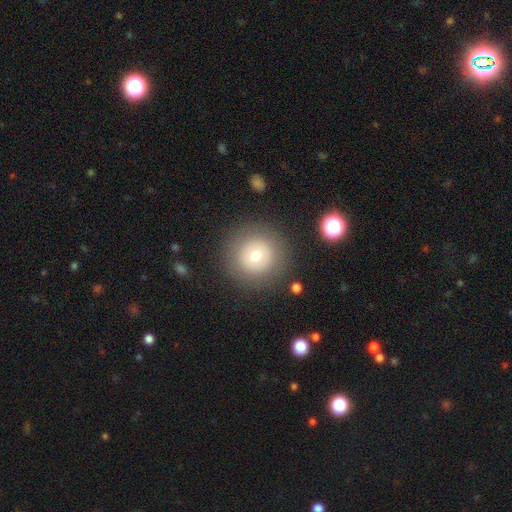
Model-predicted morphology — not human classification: Smooth or featured?
  - smooth: 67% *
  - featured or disk: 22%
  - star or artifact: 11%
How rounded?
  - round: 95% *
  - in between: 4%
  - cigar-shaped: 1%
Merging?
  - none: 87% *
  - minor disturbance: 7%
  - major disturbance: 4%
  - merger: 2%